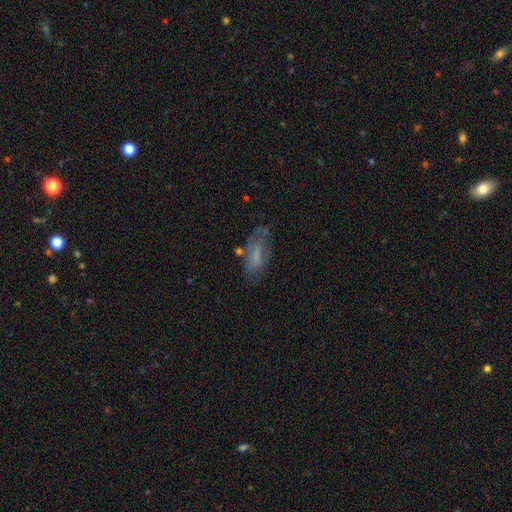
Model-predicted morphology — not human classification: A smooth galaxy with no disk features (58%) that is in between round and cigar-shaped (75%). Merging: none (56%).